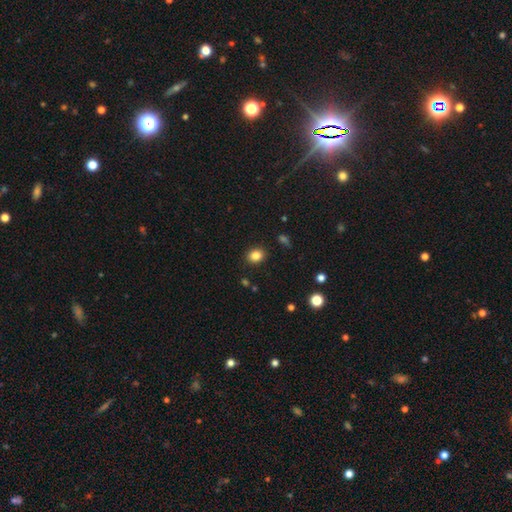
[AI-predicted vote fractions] smooth 84%, star or artifact 11%, featured or disk 5%. Down the decision tree: how rounded — round (54%); merging — none (89%).